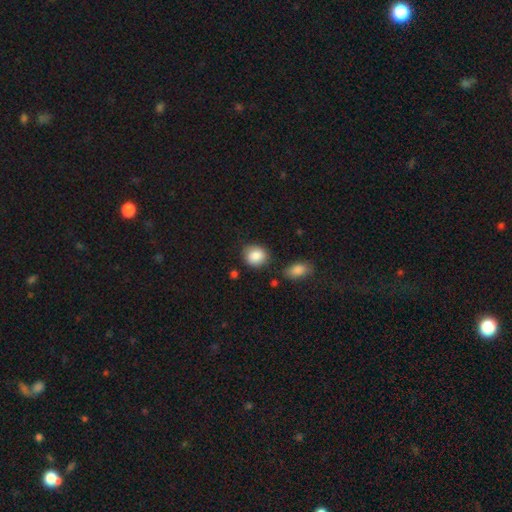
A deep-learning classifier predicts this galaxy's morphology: This is clearly a smooth galaxy (87%). How rounded: likely round (72%). Merging: likely none (75%).